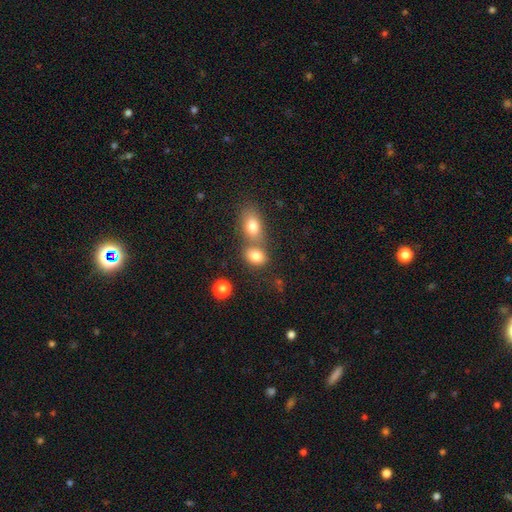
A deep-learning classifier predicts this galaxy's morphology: smooth 82%, star or artifact 10%, featured or disk 9%. Down the decision tree: how rounded — in between (73%); merging — merger (46%).